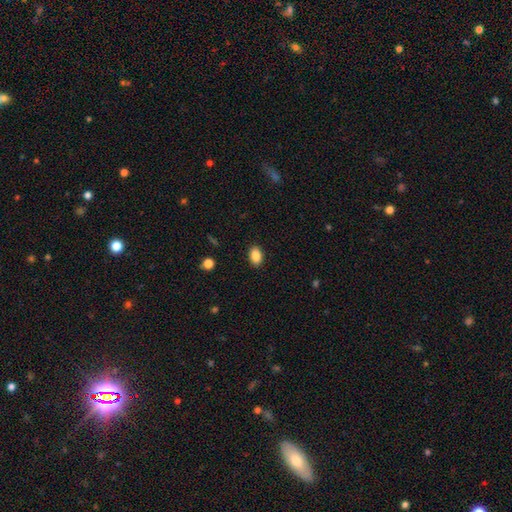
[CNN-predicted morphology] A smooth galaxy with no disk features (88%) that is in between round and cigar-shaped (87%).

Vote fractions:
- Smooth or featured? smooth: 88% / star or artifact: 8% / featured or disk: 4%
- How rounded? in between: 87% / round: 12% / cigar-shaped: 1%
- Merging? none: 89% / minor disturbance: 8% / major disturbance: 2% / merger: 1%